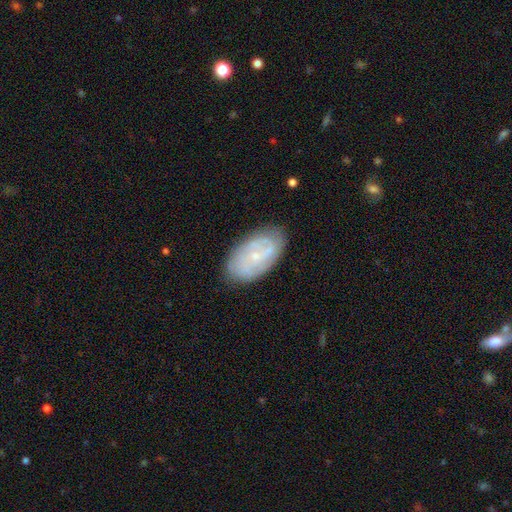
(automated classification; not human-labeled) Smooth or featured? Predicted: featured or disk (p=0.70). Edge-on disk? Predicted: no (p=0.95). Bar? Predicted: no (p=0.65). Spiral arms? Predicted: yes (p=0.86). Spiral winding? Predicted: tight (p=0.55). Spiral arm count? Predicted: can't tell (p=0.40). Bulge size? Predicted: small (p=0.79). Merging? Predicted: none (p=0.79).